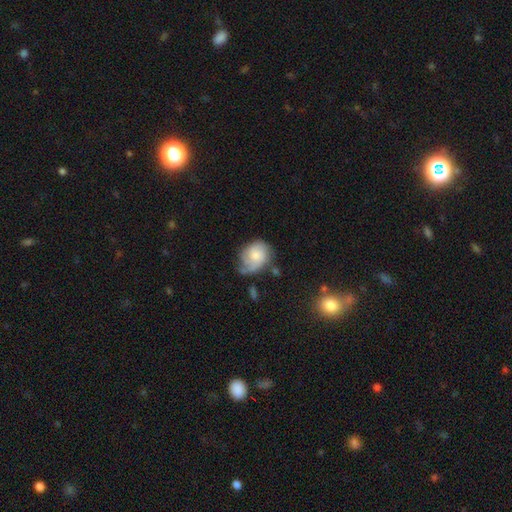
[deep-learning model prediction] This appears to be a smooth galaxy with no disk features (59%) that is in between round and cigar-shaped (53%). Merging: none (39%).